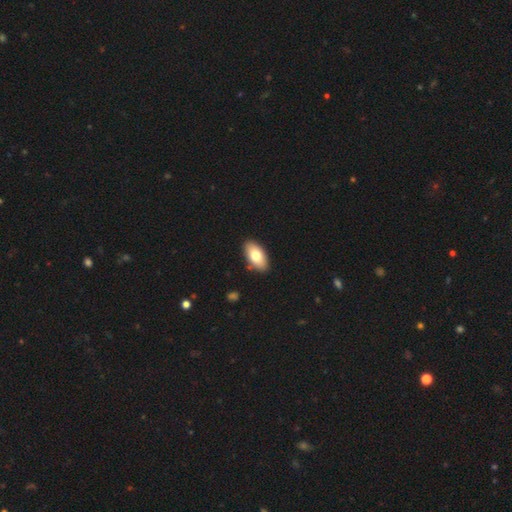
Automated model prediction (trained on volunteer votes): Smooth or featured? Predicted: smooth (p=0.75). How rounded? Predicted: in between (p=0.94). Merging? Predicted: none (p=0.88).